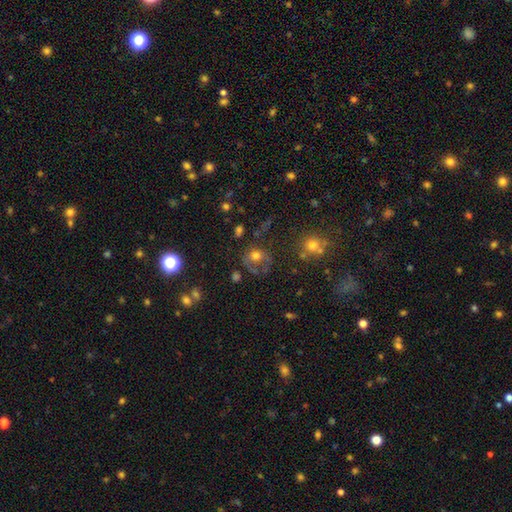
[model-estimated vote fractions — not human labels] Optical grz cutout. It shows a smooth galaxy with no disk features (56%) that is round (73%). Merging: none (47%).